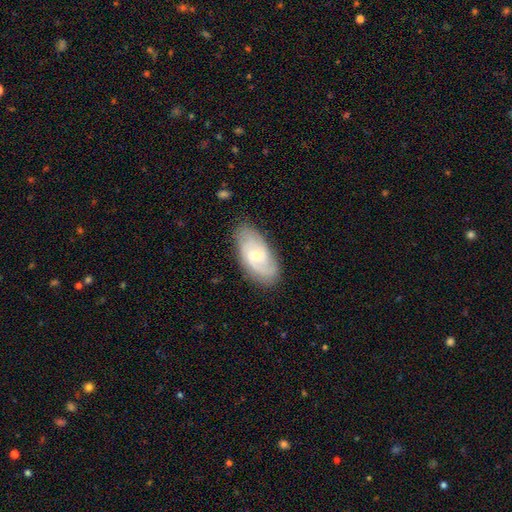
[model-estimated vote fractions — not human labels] Smooth or featured?
  - featured or disk: 74% *
  - smooth: 19%
  - star or artifact: 6%
Edge-on disk?
  - no: 94% *
  - yes: 6%
Bar?
  - no: 66% *
  - weak: 29%
  - strong: 5%
Spiral arms?
  - yes: 92% *
  - no: 8%
Spiral winding?
  - tight: 53% *
  - medium: 36%
  - loose: 11%
Spiral arm count?
  - 2: 42% *
  - can't tell: 28%
  - 3: 18%
  - 4: 4%
  - 1: 4%
  - more than 4: 3%
Bulge size?
  - small: 53% *
  - moderate: 44%
  - large: 1%
  - none: 1%
  - dominant: 1%
Merging?
  - none: 80% *
  - minor disturbance: 15%
  - major disturbance: 4%
  - merger: 1%